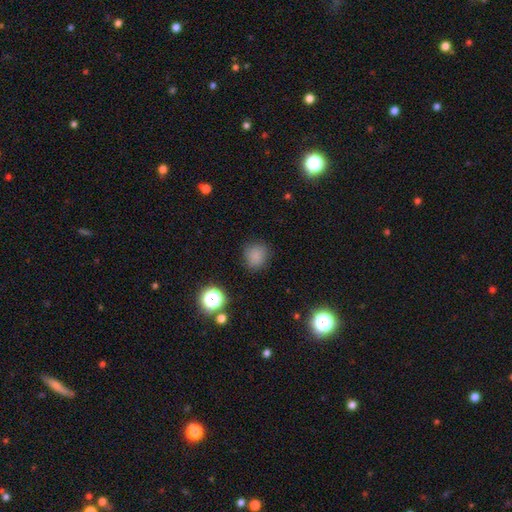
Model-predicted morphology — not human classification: Smooth or featured: smooth — 81% (star or artifact — 15%)
How rounded: round — 86% (in between — 13%)
Merging: none — 84% (minor disturbance — 11%)